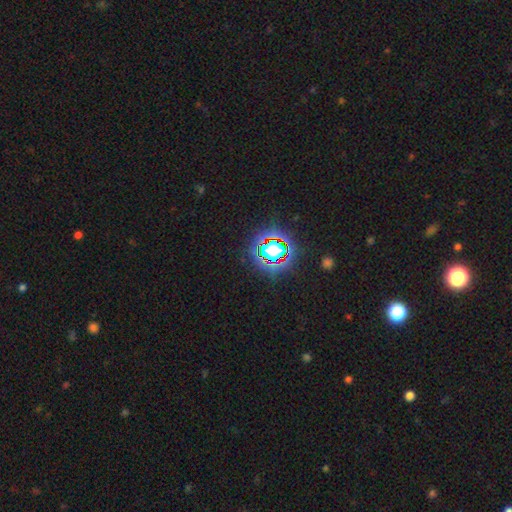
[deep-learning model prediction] Q: Smooth or featured?
A: star or artifact (82%); runner-up: smooth (11%)